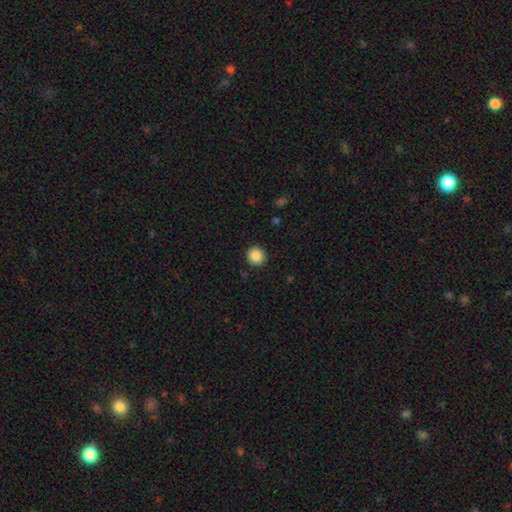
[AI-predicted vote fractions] A smooth galaxy with no disk features (88%) that is round (93%).

Vote fractions:
- Smooth or featured? smooth: 88% / star or artifact: 9% / featured or disk: 3%
- How rounded? round: 93% / in between: 6% / cigar-shaped: 1%
- Merging? none: 92% / minor disturbance: 5% / major disturbance: 2% / merger: 1%